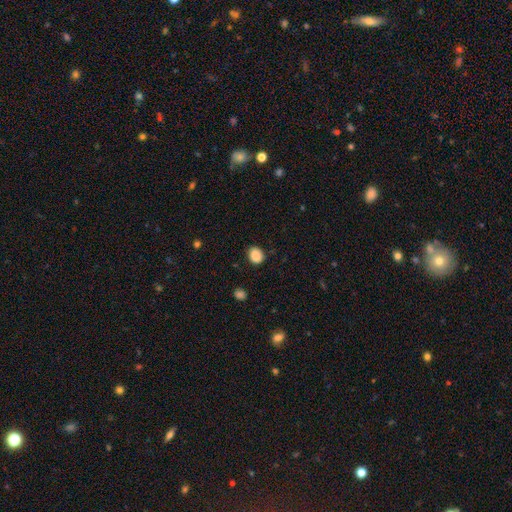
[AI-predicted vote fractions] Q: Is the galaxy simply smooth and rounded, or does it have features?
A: smooth — 88%.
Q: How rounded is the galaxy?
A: round — 57%.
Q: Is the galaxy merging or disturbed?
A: none — 85%.